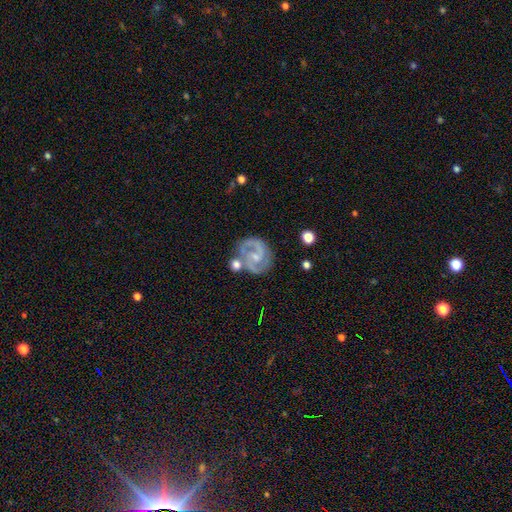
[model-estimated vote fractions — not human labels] Smooth or featured: featured or disk — 88% (smooth — 7%)
Edge-on disk: no — 98% (yes — 2%)
Bar: weak — 45% (no — 41%)
Spiral arms: yes — 97% (no — 3%)
Spiral winding: medium — 50% (tight — 41%)
Spiral arm count: 2 — 86% (3 — 6%)
Bulge size: small — 61% (moderate — 27%)
Merging: none — 66% (minor disturbance — 16%)